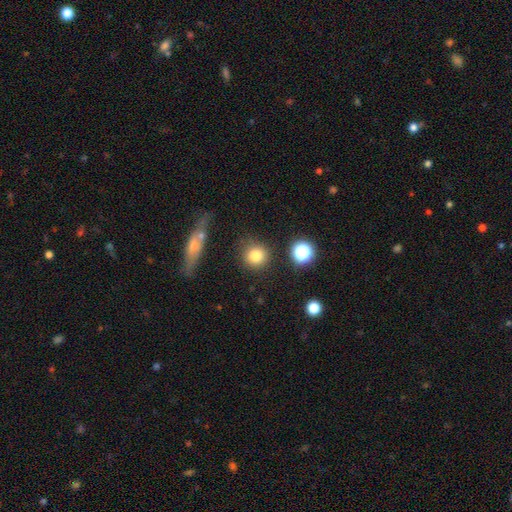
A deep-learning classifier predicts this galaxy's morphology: This is clearly a smooth galaxy (80%). How rounded: clearly round (91%). Merging: clearly none (83%).